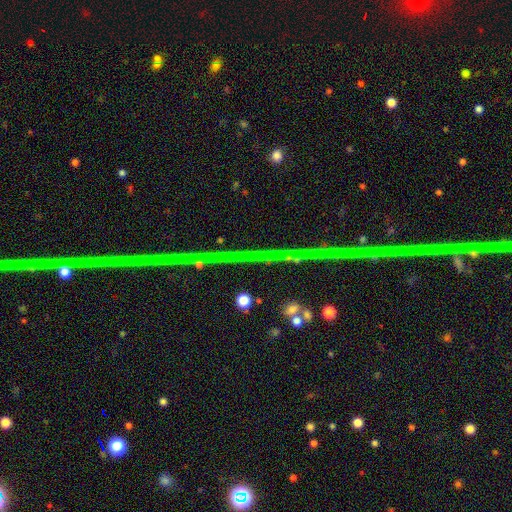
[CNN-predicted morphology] smooth-or-featured: star or artifact: 72% | featured or disk: 18% | smooth: 10%